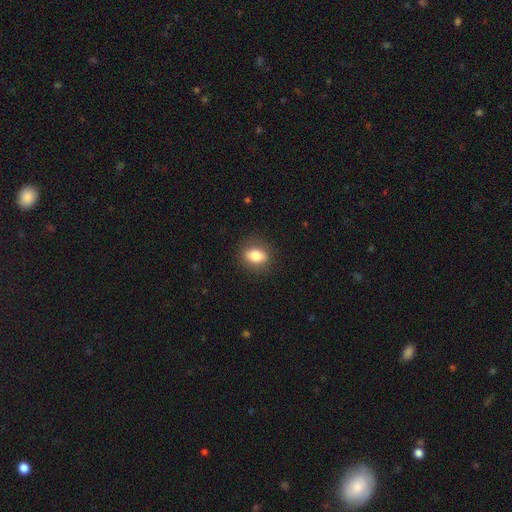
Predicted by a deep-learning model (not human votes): Smooth or featured? smooth (80%)
How rounded? in between (64%)
Merging? none (86%)